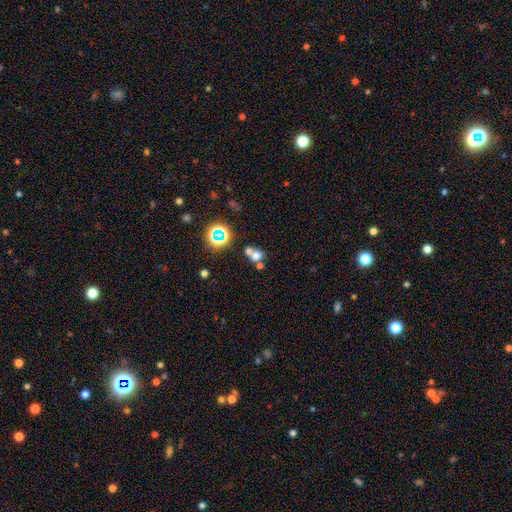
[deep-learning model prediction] Smooth or featured? smooth (63%)
How rounded? round (63%)
Merging? merger (47%)